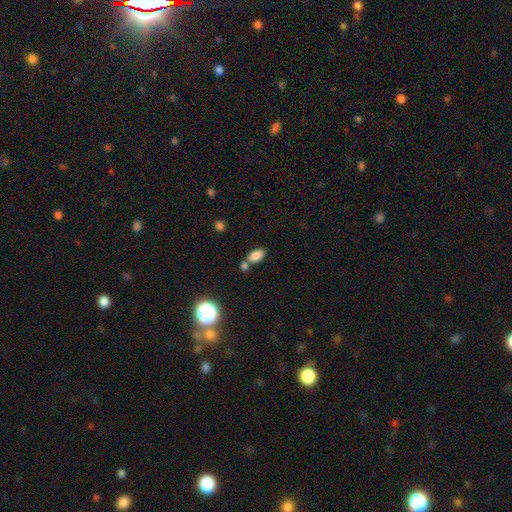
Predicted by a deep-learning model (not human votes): A smooth galaxy with no disk features (83%) that is in between round and cigar-shaped (91%).

Vote fractions:
- Smooth or featured? smooth: 83% / star or artifact: 11% / featured or disk: 6%
- How rounded? in between: 91% / round: 6% / cigar-shaped: 3%
- Merging? none: 53% / merger: 30% / minor disturbance: 13% / major disturbance: 4%